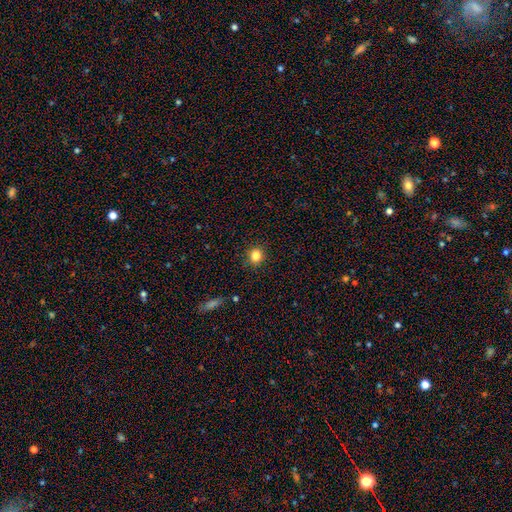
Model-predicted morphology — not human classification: smooth-or-featured: smooth: 83% | star or artifact: 11% | featured or disk: 5%
  how-rounded: round: 84% | in between: 15% | cigar-shaped: 1%
  merging: none: 89% | minor disturbance: 8% | major disturbance: 2% | merger: 1%